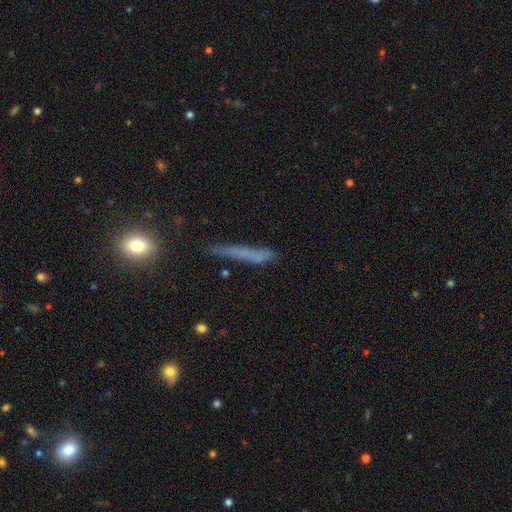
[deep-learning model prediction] A smooth galaxy with no disk features (60%) that is cigar-shaped (94%).

Vote fractions:
- Smooth or featured? smooth: 60% / featured or disk: 29% / star or artifact: 11%
- How rounded? cigar-shaped: 94% / in between: 4% / round: 2%
- Merging? none: 66% / minor disturbance: 23% / major disturbance: 8% / merger: 4%